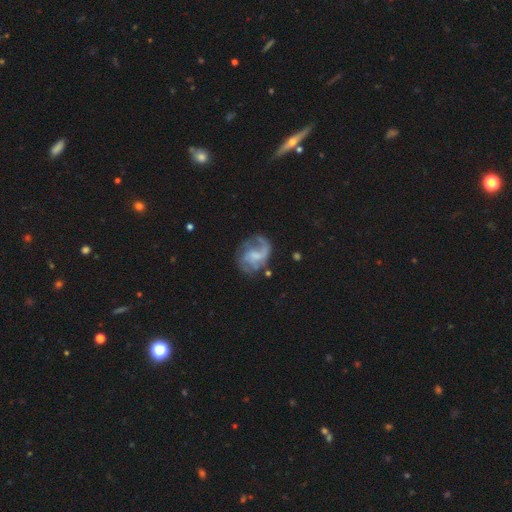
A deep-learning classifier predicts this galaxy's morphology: smooth_or_featured: featured or disk (p=0.77) [alt: smooth p=0.16]
disk_edge_on: no (p=0.98) [alt: yes p=0.02]
bar: weak (p=0.48) [alt: no p=0.43]
has_spiral_arms: yes (p=0.91) [alt: no p=0.09]
spiral_winding: medium (p=0.42) [alt: loose p=0.41]
spiral_arm_count: 2 (p=0.44) [alt: 1 p=0.26]
bulge_size: small (p=0.35) [alt: none p=0.32]
merging: none (p=0.55) [alt: major disturbance p=0.22]